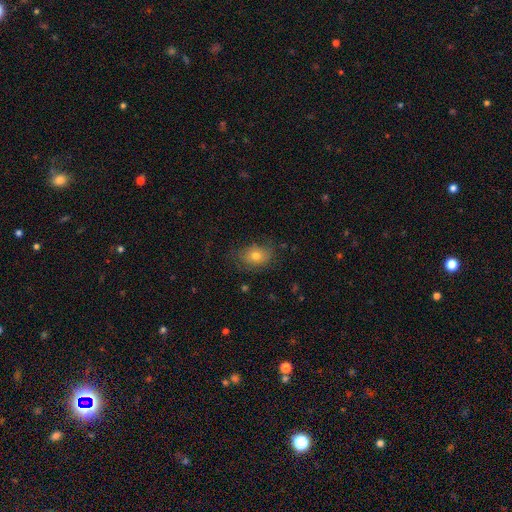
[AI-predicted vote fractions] Smooth or featured?
  - smooth: 75% *
  - featured or disk: 14%
  - star or artifact: 11%
How rounded?
  - in between: 60% *
  - round: 39%
  - cigar-shaped: 1%
Merging?
  - none: 70% *
  - minor disturbance: 22%
  - major disturbance: 7%
  - merger: 1%